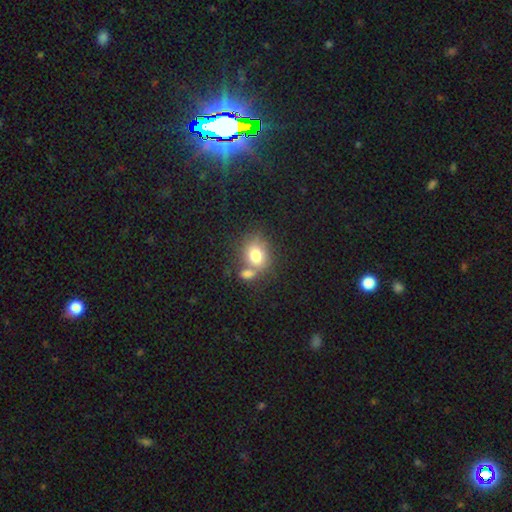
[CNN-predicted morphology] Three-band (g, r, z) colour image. It shows a smooth galaxy with no disk features (77%) that is round (51%). Merging: none (44%).